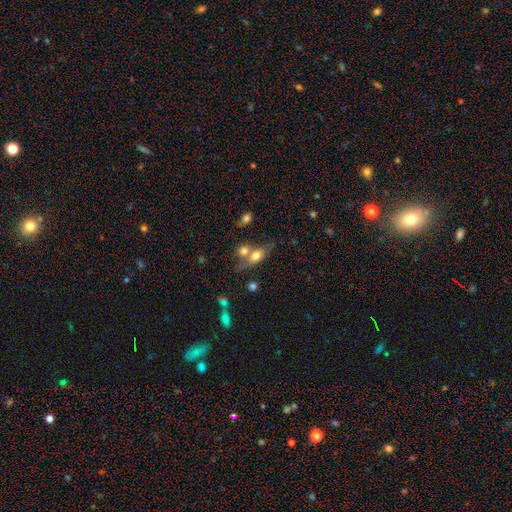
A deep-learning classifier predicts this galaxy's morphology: Smooth or featured: smooth — 69% (featured or disk — 21%)
How rounded: in between — 73% (round — 17%)
Merging: merger — 47% (none — 35%)